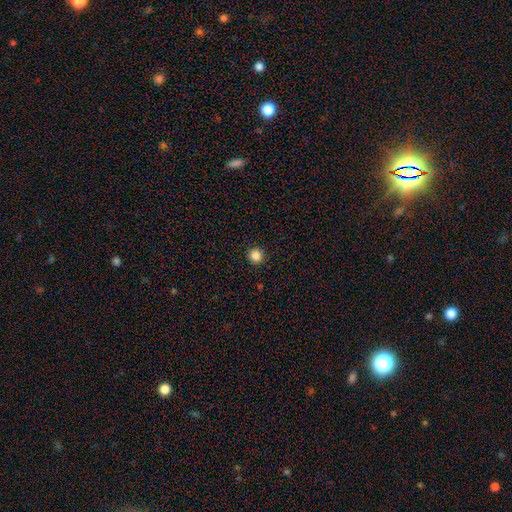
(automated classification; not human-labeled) Smooth or featured: smooth — 86% (star or artifact — 11%)
How rounded: round — 93% (in between — 6%)
Merging: none — 93% (minor disturbance — 5%)